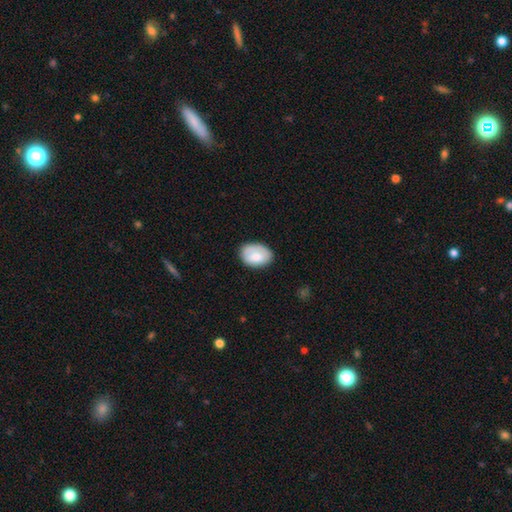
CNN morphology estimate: smooth_or_featured: smooth (p=0.77) [alt: featured or disk p=0.17]
how_rounded: in between (p=0.81) [alt: round p=0.18]
merging: none (p=0.76) [alt: minor disturbance p=0.18]